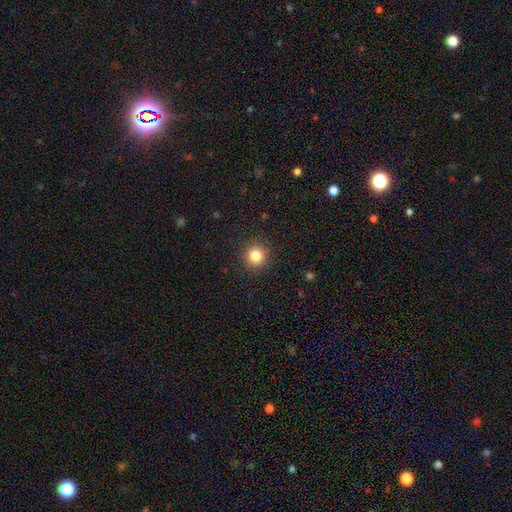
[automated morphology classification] Q: Smooth or featured?
A: smooth (83%); runner-up: star or artifact (12%)
Q: How rounded?
A: round (95%); runner-up: in between (4%)
Q: Merging?
A: none (91%); runner-up: minor disturbance (6%)